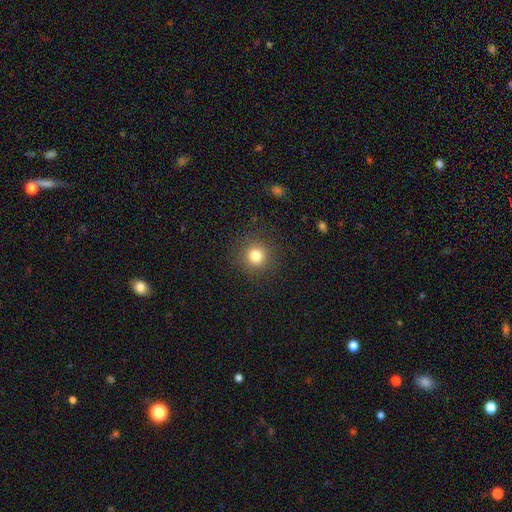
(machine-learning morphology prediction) This appears to be a smooth galaxy with no disk features (80%) that is round (94%). Merging: none (90%).